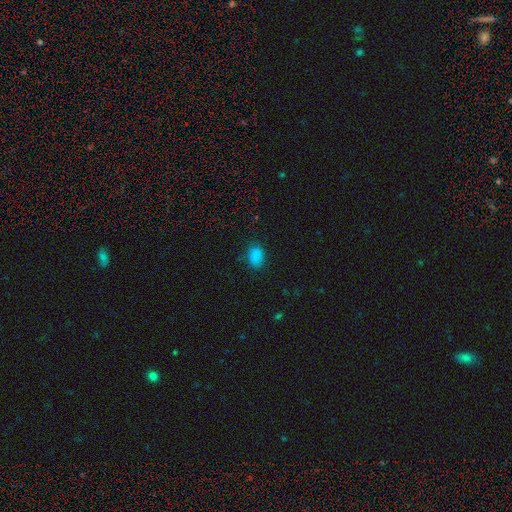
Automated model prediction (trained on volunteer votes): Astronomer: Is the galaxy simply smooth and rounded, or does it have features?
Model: smooth — 84%.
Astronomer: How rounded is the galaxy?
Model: in between — 80%.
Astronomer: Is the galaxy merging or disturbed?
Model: none — 79%.